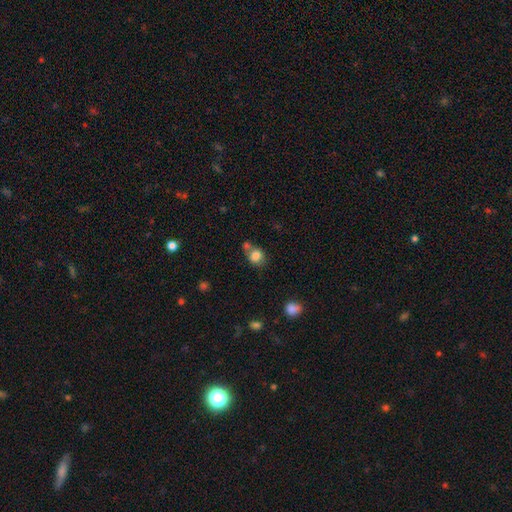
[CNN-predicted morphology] Q: Smooth or featured?
A: smooth (81%); runner-up: star or artifact (10%)
Q: How rounded?
A: round (69%); runner-up: in between (30%)
Q: Merging?
A: none (49%); runner-up: merger (31%)